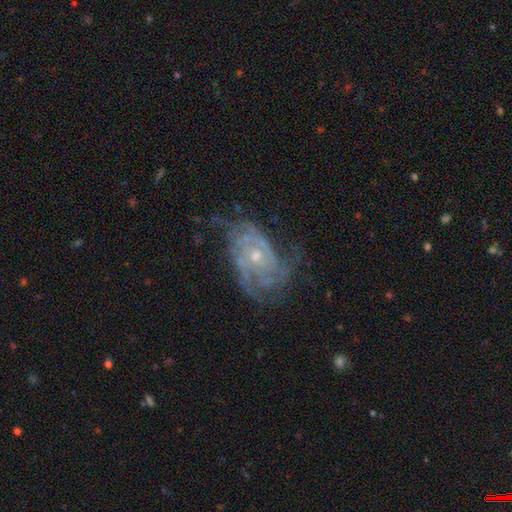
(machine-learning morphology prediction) The model was most divided on "spiral arm count": can't tell: 31%, 2: 24%, 3: 21%, 4: 12%, more than 4: 6%, 1: 6%. More confident: edge-on disk — no (97%); spiral arms — yes (93%); smooth or featured — featured or disk (86%); bar — no (74%); bulge size — small (58%); spiral winding — tight (58%); merging — none (58%).